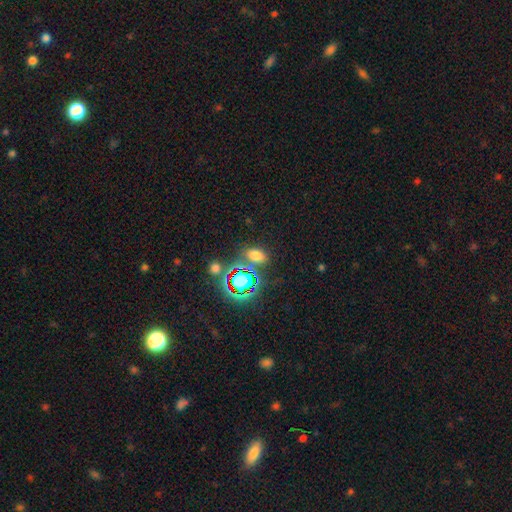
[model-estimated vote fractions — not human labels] Smooth or featured: smooth — 62% (star or artifact — 30%)
How rounded: in between — 84% (round — 13%)
Merging: none — 73% (minor disturbance — 12%)